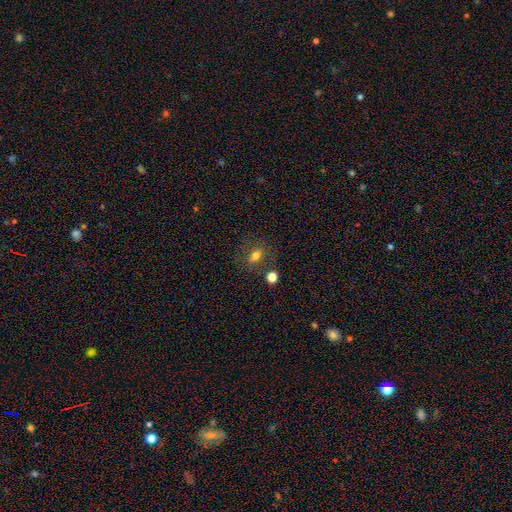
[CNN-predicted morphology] A smooth galaxy with no disk features (73%) that is in between round and cigar-shaped (56%). Merging: none (72%).